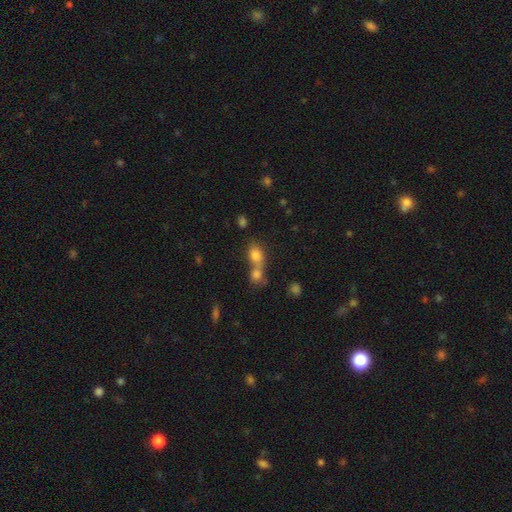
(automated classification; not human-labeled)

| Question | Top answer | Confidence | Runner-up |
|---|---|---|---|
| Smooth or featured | smooth | 80% | star or artifact (11%) |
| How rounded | in between | 62% | round (35%) |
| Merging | merger | 59% | none (29%) |